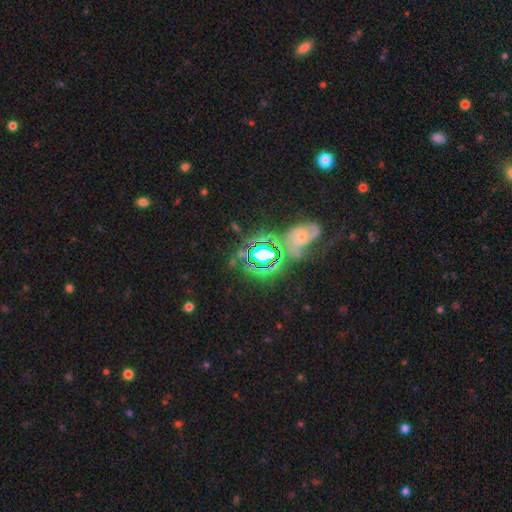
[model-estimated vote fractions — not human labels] A star or artifact, not a galaxy (65%).

Vote fractions:
- Smooth or featured? star or artifact: 65% / featured or disk: 19% / smooth: 16%